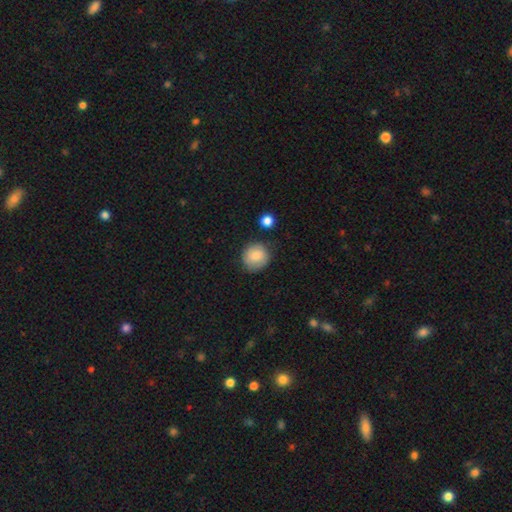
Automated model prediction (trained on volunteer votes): Smooth or featured: smooth — 79% (featured or disk — 13%)
How rounded: round — 86% (in between — 13%)
Merging: none — 76% (minor disturbance — 17%)